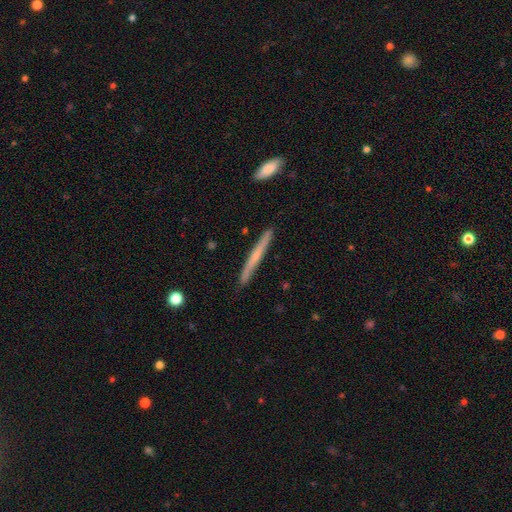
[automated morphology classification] type=featured or disk (51%); edge-on=yes (96%); merging=none (88%).